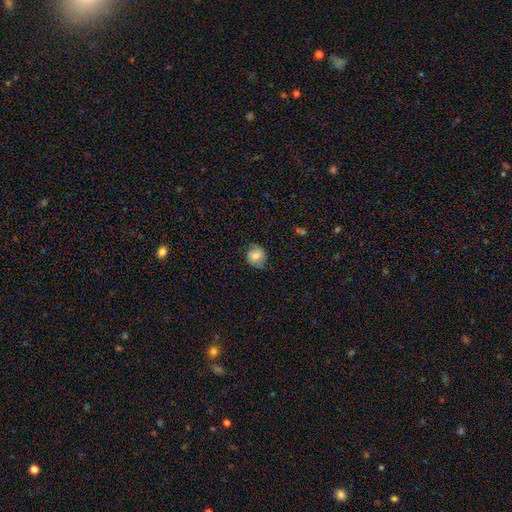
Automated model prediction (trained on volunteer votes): Overall: smooth (72%). How rounded: round (79%). Merging: none (72%).